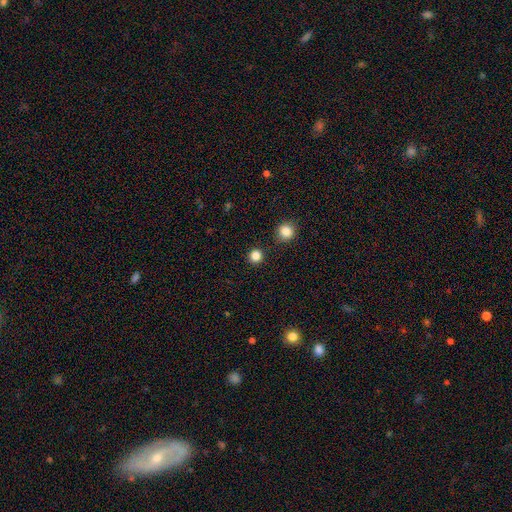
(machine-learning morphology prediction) This appears to be a smooth galaxy with no disk features (84%) that is round (94%). Merging: none (91%).